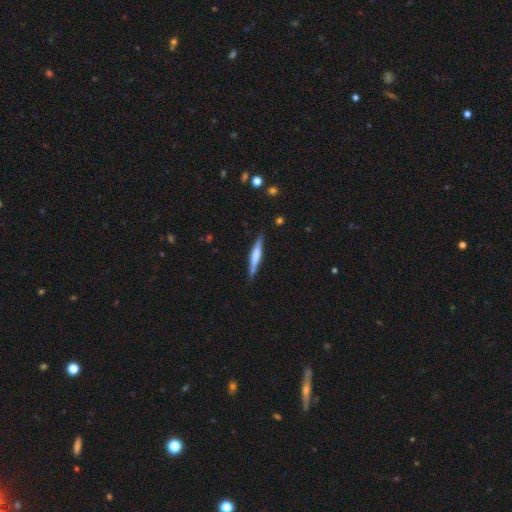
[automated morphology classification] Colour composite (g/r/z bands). It shows a featured or disk galaxy (53%) viewed edge-on (96%) with a boxy central bulge (48%). Merging: none (84%).